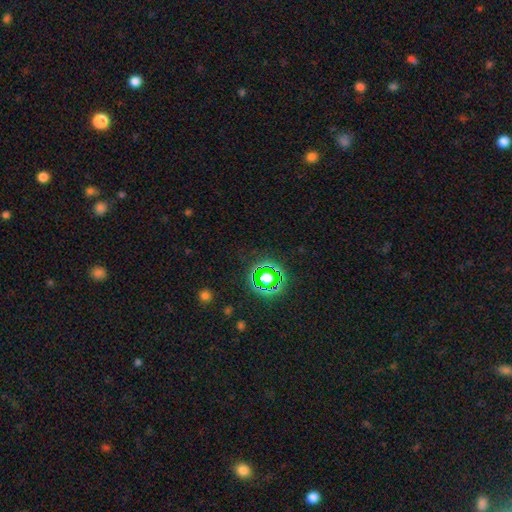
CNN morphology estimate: A star or artifact, not a galaxy (66%).